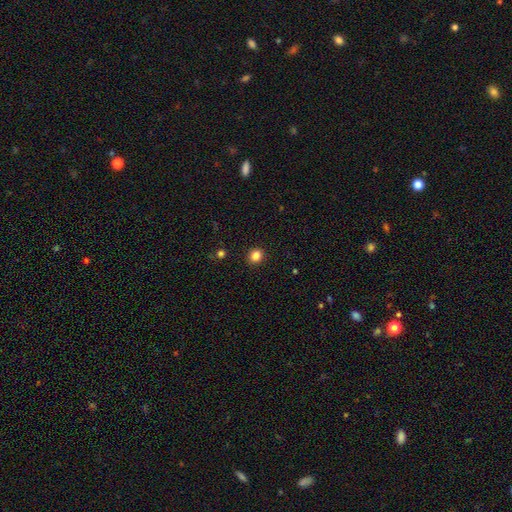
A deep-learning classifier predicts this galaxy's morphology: Smooth or featured? smooth (84%)
How rounded? round (78%)
Merging? none (92%)